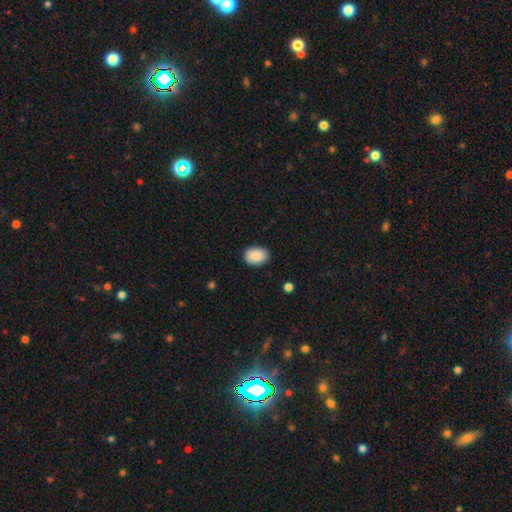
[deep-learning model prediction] Smooth or featured: smooth — 89% (star or artifact — 7%)
How rounded: in between — 73% (round — 26%)
Merging: none — 86% (minor disturbance — 10%)